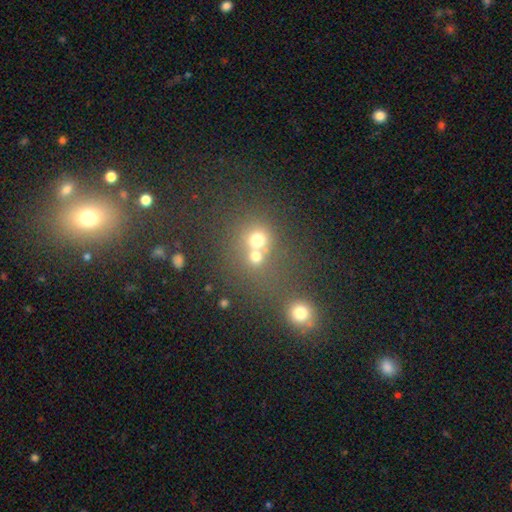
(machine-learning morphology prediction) Overall: smooth (66%). How rounded: round (81%). Merging: merger (50%; none 39%).